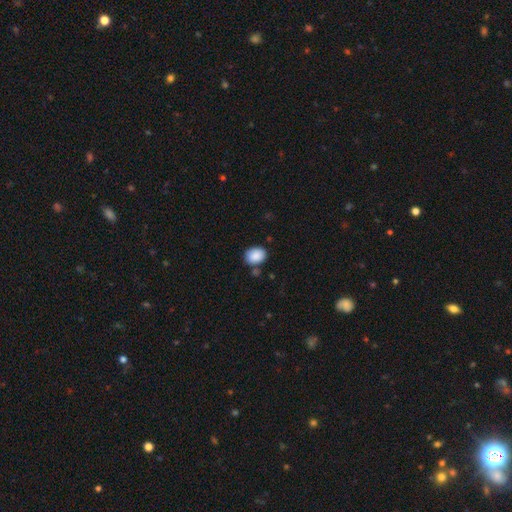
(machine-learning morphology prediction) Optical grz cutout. It shows a smooth galaxy with no disk features (89%) that is in between round and cigar-shaped (64%). Merging: none (76%).